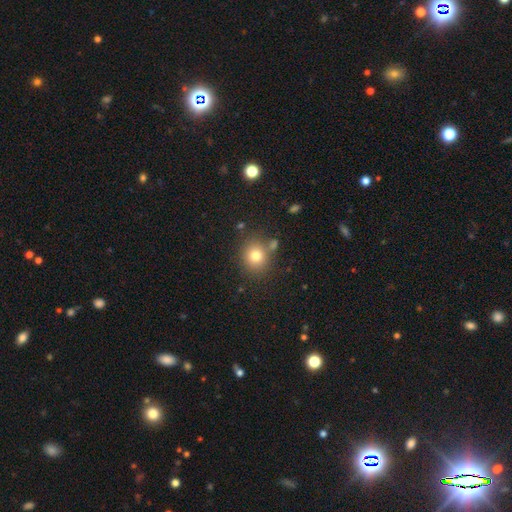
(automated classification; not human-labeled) Overall: smooth (77%). How rounded: round (82%). Merging: none (77%).